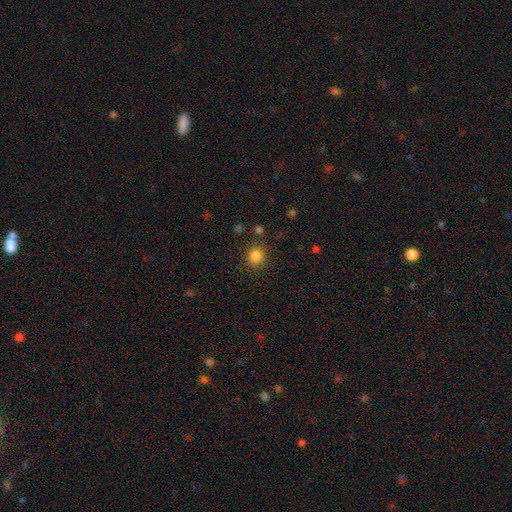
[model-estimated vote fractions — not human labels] smooth-or-featured: smooth: 85% | star or artifact: 12% | featured or disk: 4%
  how-rounded: round: 90% | in between: 9% | cigar-shaped: 1%
  merging: none: 86% | minor disturbance: 8% | major disturbance: 3% | merger: 3%